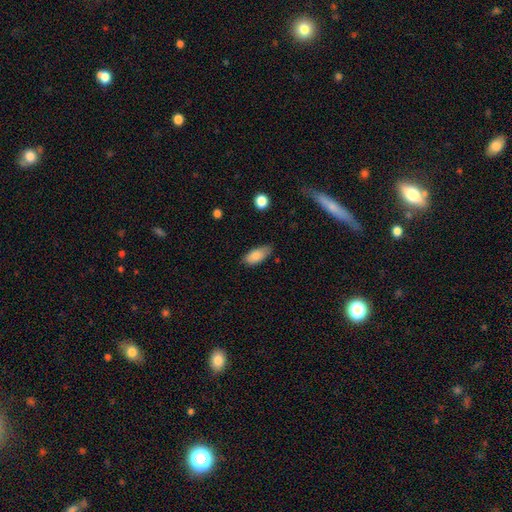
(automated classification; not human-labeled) Smooth or featured? smooth (83%)
How rounded? in between (89%)
Merging? none (68%)